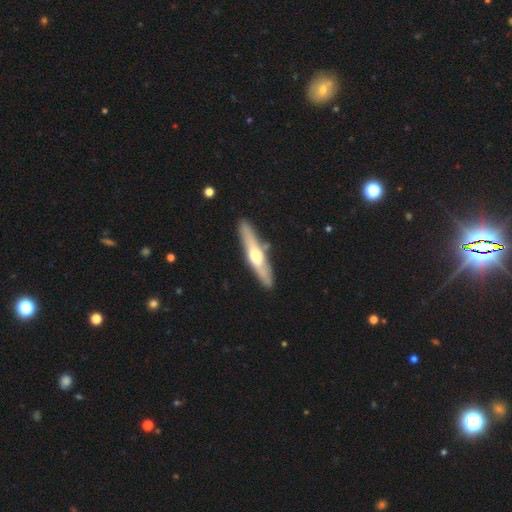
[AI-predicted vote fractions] This appears to be a featured or disk galaxy (57%) viewed edge-on (89%) with a rounded central bulge (90%). Merging: none (85%).